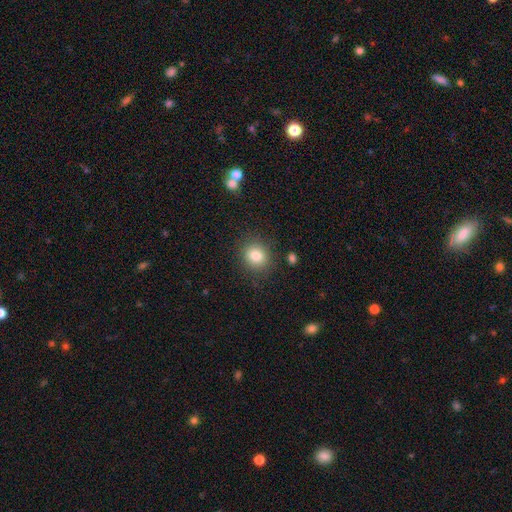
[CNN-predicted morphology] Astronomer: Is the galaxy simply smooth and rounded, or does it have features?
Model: smooth — 82%.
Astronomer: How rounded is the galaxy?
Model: round — 80%.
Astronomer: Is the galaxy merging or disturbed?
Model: none — 86%.